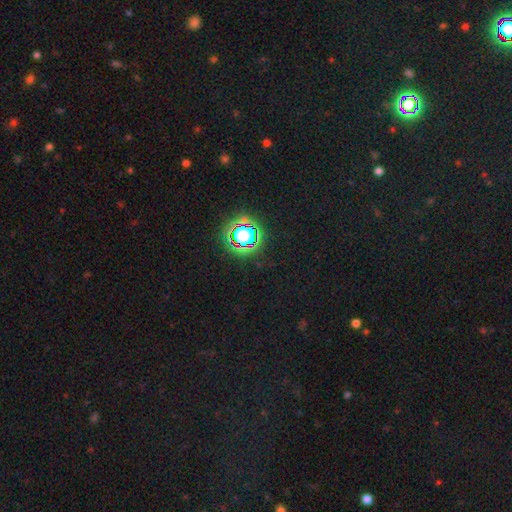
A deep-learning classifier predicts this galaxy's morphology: smooth_or_featured: star or artifact (p=0.80) [alt: smooth p=0.13]